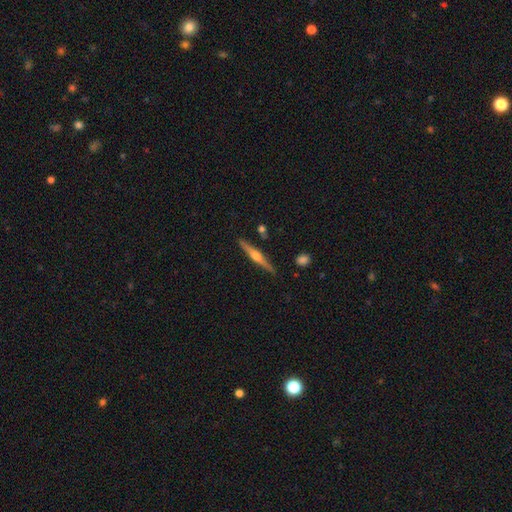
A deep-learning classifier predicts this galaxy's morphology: type=featured or disk (78%); edge-on=yes (98%); edge-on bulge=rounded (87%); merging=none (89%).